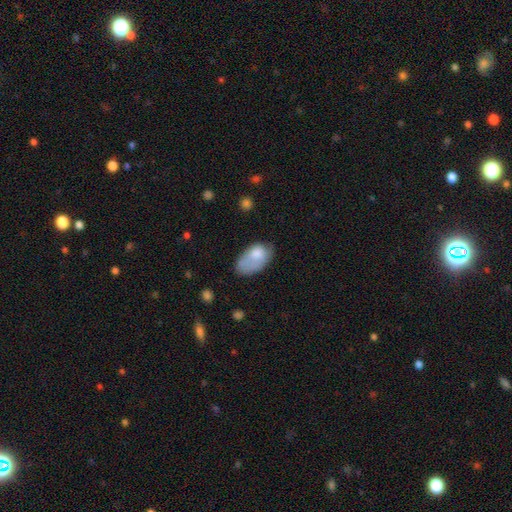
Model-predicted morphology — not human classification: smooth-or-featured: smooth: 72% | featured or disk: 21% | star or artifact: 7%
  how-rounded: in between: 93% | round: 6% | cigar-shaped: 2%
  merging: none: 37% | minor disturbance: 36% | major disturbance: 21% | merger: 5%